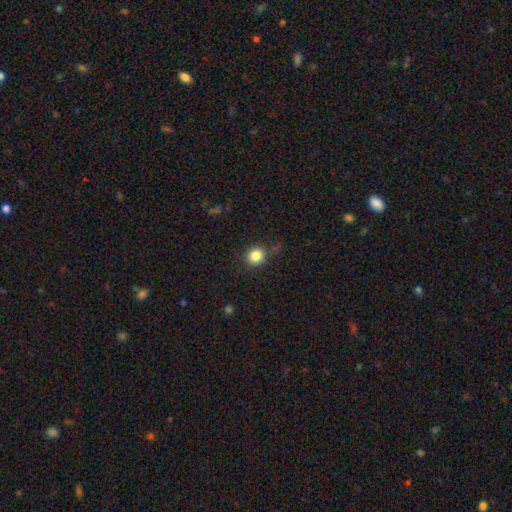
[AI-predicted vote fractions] A smooth galaxy with no disk features (84%) that is round (84%).

Vote fractions:
- Smooth or featured? smooth: 84% / star or artifact: 11% / featured or disk: 5%
- How rounded? round: 84% / in between: 15% / cigar-shaped: 1%
- Merging? none: 81% / minor disturbance: 13% / major disturbance: 4% / merger: 3%